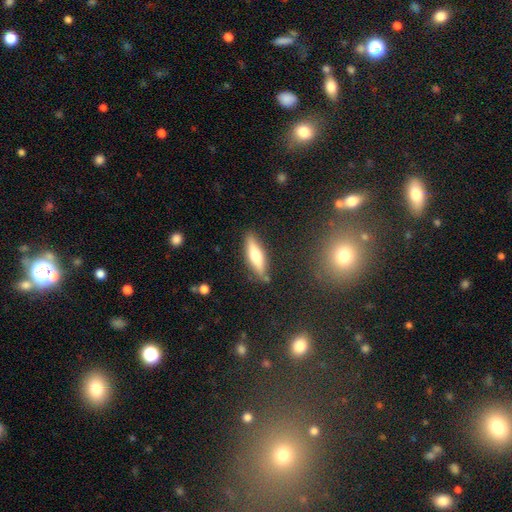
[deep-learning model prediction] Overall: smooth (54%; featured or disk 40%). How rounded: cigar-shaped (69%). Merging: none (83%).